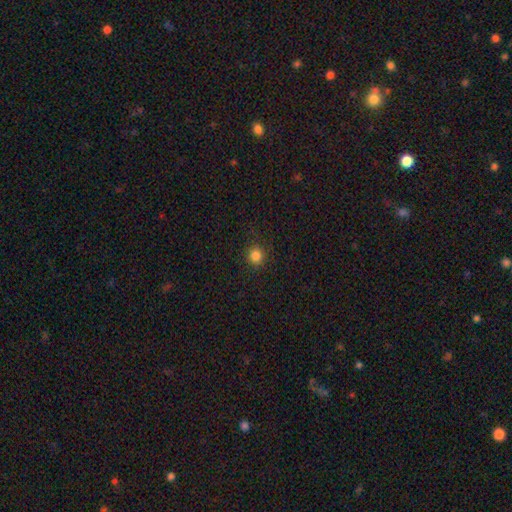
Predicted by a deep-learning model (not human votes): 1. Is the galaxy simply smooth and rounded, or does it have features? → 83% smooth, 13% star or artifact, 4% featured or disk.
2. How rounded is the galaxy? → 91% round, 8% in between, 1% cigar-shaped.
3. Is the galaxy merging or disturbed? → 88% none, 8% minor disturbance, 3% major disturbance, 1% merger.